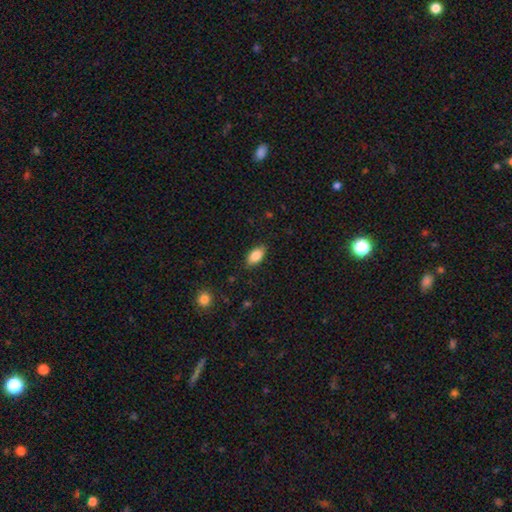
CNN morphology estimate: smooth_or_featured: smooth (p=0.85) [alt: featured or disk p=0.08]
how_rounded: in between (p=0.91) [alt: cigar-shaped p=0.06]
merging: none (p=0.87) [alt: minor disturbance p=0.10]